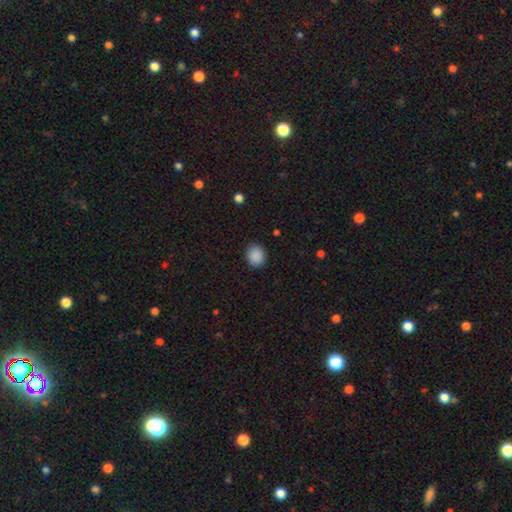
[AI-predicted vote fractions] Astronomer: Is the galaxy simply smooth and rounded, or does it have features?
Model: smooth — 89%.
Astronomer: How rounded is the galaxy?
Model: round — 74%.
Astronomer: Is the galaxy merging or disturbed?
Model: none — 90%.